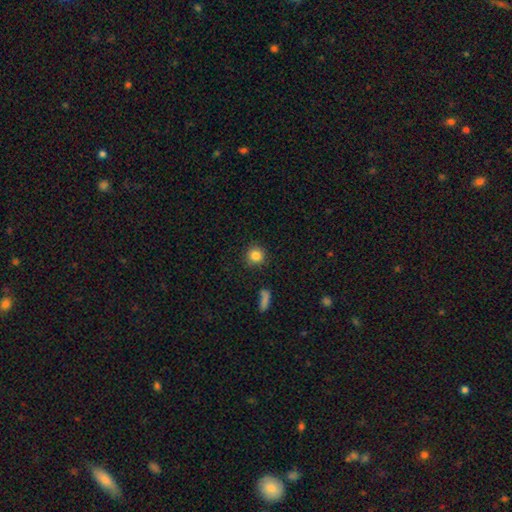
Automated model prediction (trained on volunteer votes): The model was most divided on "smooth or featured": smooth: 84%, star or artifact: 10%, featured or disk: 6%. More confident: how rounded — round (93%); merging — none (89%).